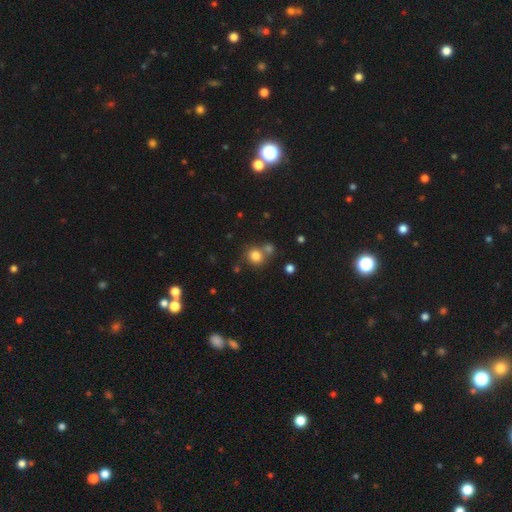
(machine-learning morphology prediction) Smooth or featured? Predicted: smooth (p=0.80). How rounded? Predicted: round (p=0.86). Merging? Predicted: none (p=0.60).